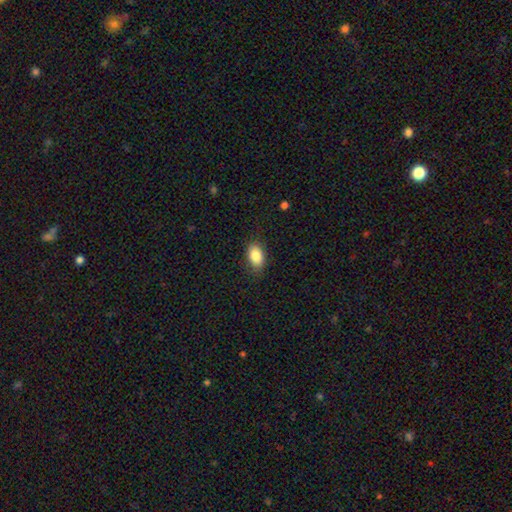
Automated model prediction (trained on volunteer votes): smooth-or-featured: smooth: 86% | star or artifact: 8% | featured or disk: 6%
  how-rounded: in between: 89% | round: 9% | cigar-shaped: 2%
  merging: none: 83% | minor disturbance: 13% | major disturbance: 3% | merger: 1%